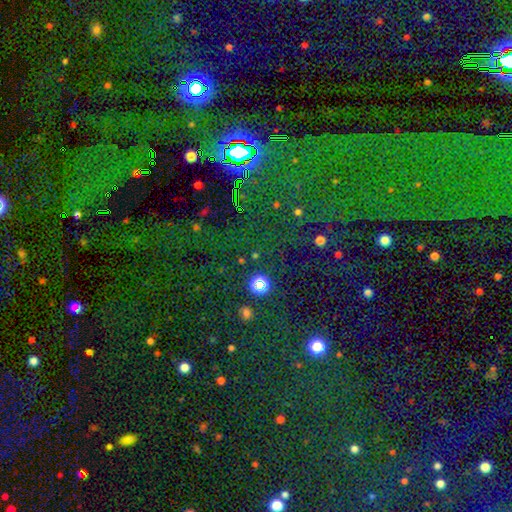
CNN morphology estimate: smooth-or-featured: smooth: 53% | star or artifact: 41% | featured or disk: 6%
  how-rounded: round: 91% | in between: 8% | cigar-shaped: 1%
  merging: none: 89% | minor disturbance: 6% | major disturbance: 3% | merger: 2%